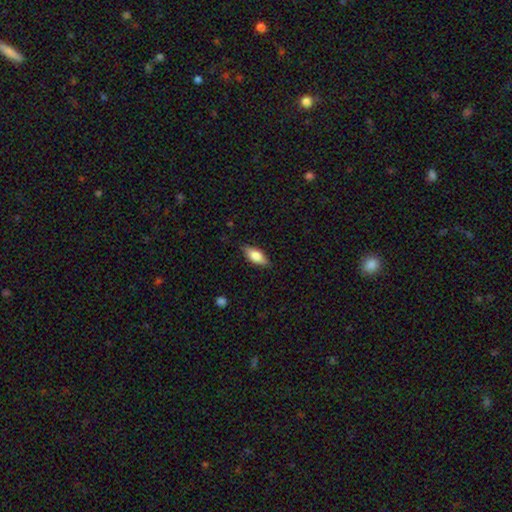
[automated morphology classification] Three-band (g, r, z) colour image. It shows a smooth galaxy with no disk features (73%) that is in between round and cigar-shaped (81%). Merging: none (84%).